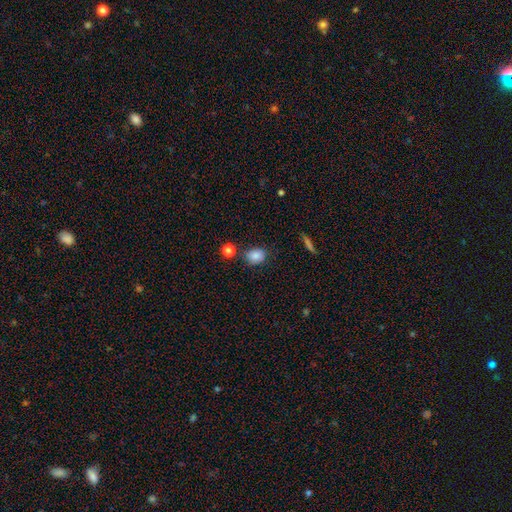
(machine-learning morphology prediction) Smooth or featured?
  - smooth: 85% *
  - star or artifact: 10%
  - featured or disk: 6%
How rounded?
  - in between: 58% *
  - round: 41%
  - cigar-shaped: 1%
Merging?
  - none: 74% *
  - minor disturbance: 15%
  - merger: 7%
  - major disturbance: 4%